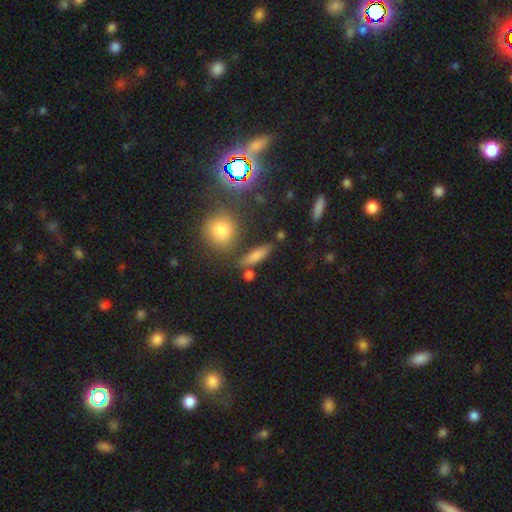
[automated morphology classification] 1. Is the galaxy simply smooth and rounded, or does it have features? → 74% smooth, 13% star or artifact, 13% featured or disk.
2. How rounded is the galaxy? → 58% cigar-shaped, 35% in between, 8% round.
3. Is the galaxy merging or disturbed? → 72% none, 13% minor disturbance, 10% merger, 5% major disturbance.